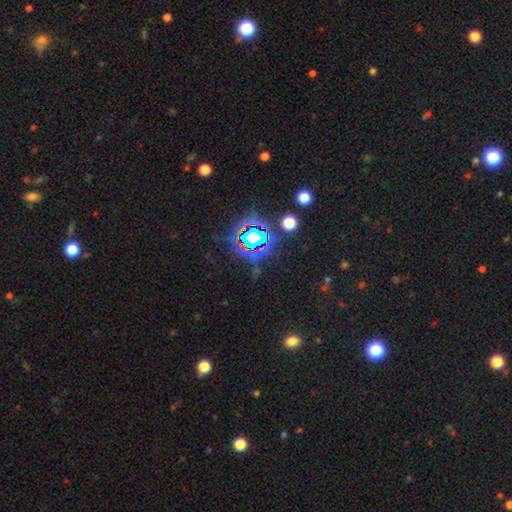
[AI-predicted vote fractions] Morphology: type=star or artifact (80%).